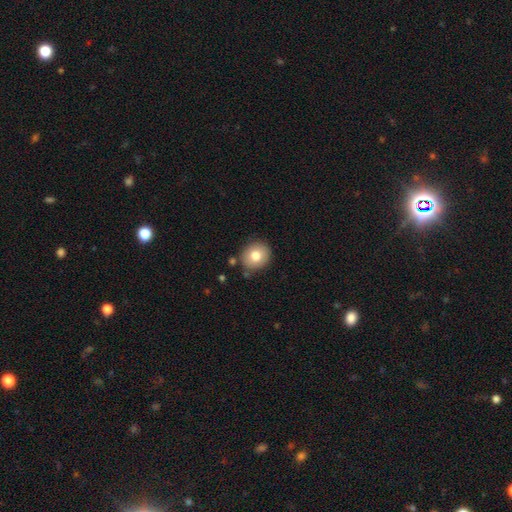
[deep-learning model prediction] Smooth or featured: smooth — 79% (featured or disk — 12%)
How rounded: round — 76% (in between — 23%)
Merging: none — 82% (minor disturbance — 11%)